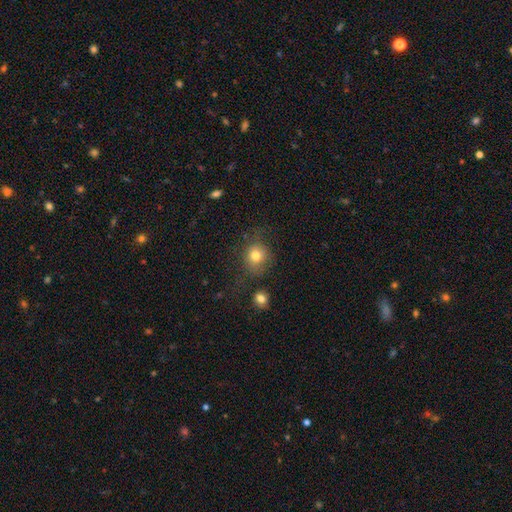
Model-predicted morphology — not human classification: Smooth or featured?
  - smooth: 77% *
  - star or artifact: 13%
  - featured or disk: 10%
How rounded?
  - round: 81% *
  - in between: 18%
  - cigar-shaped: 1%
Merging?
  - none: 66% *
  - minor disturbance: 18%
  - major disturbance: 10%
  - merger: 6%